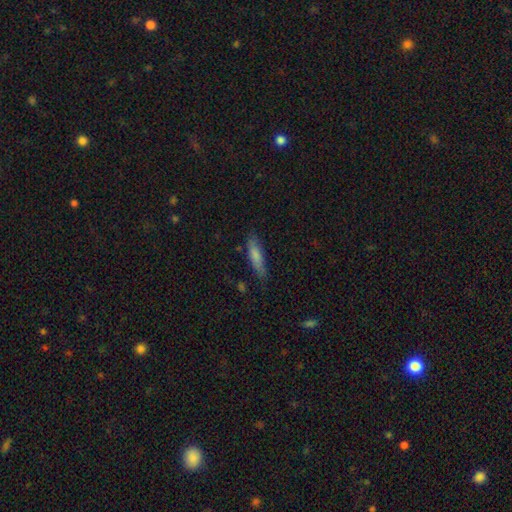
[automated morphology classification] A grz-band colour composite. It shows a smooth galaxy with no disk features (78%) that is cigar-shaped (69%). Merging: none (75%).